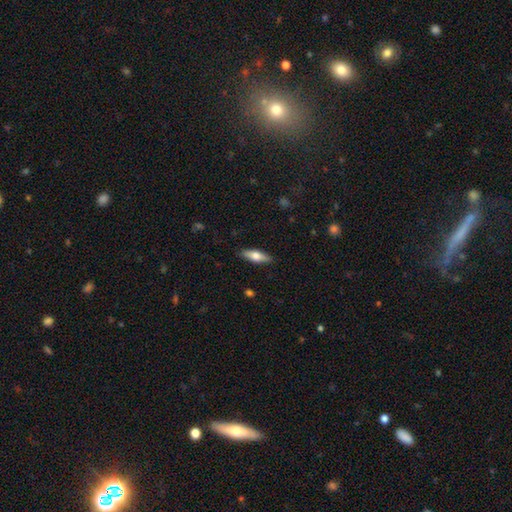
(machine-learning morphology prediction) smooth_or_featured: smooth (p=0.65) [alt: featured or disk p=0.30]
how_rounded: in between (p=0.53) [alt: cigar-shaped p=0.45]
merging: none (p=0.88) [alt: minor disturbance p=0.09]